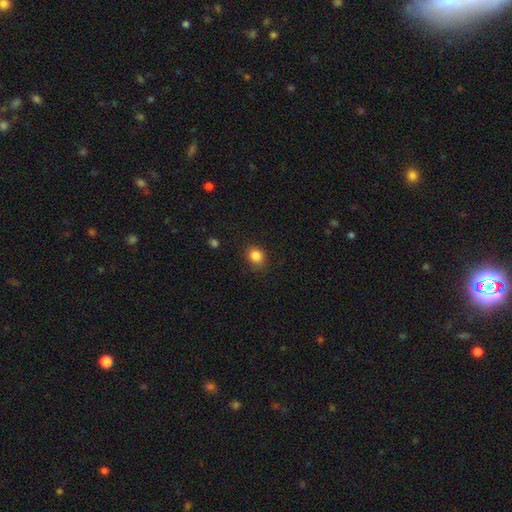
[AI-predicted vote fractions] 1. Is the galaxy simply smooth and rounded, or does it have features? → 85% smooth, 11% star or artifact, 4% featured or disk.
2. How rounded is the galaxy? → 75% round, 24% in between, 1% cigar-shaped.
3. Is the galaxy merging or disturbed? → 83% none, 12% minor disturbance, 3% major disturbance, 1% merger.